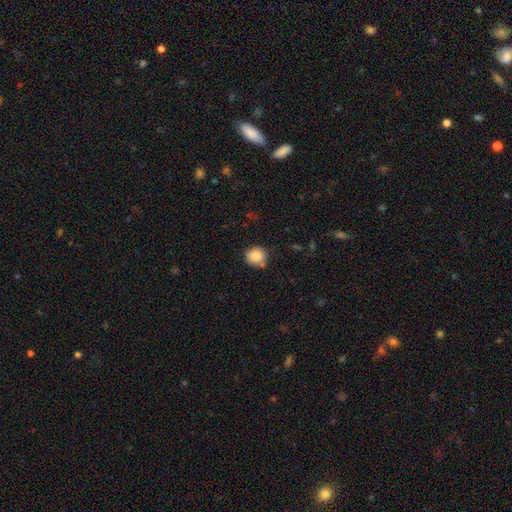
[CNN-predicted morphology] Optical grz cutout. It shows a smooth galaxy with no disk features (83%) that is round (91%). Merging: none (80%).